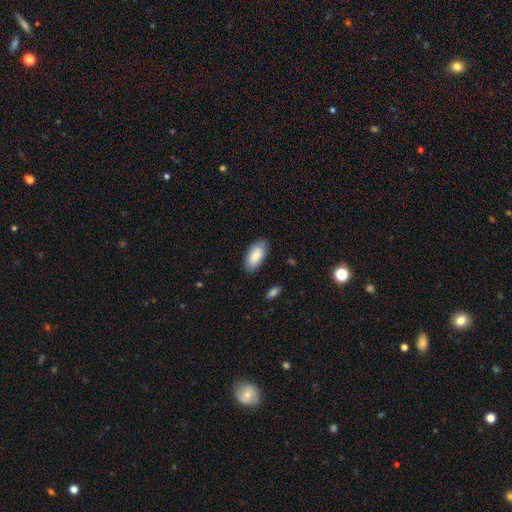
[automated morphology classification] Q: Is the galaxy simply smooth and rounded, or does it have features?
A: smooth — 87%.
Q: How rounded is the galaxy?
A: in between — 93%.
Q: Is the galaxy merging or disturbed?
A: none — 85%.